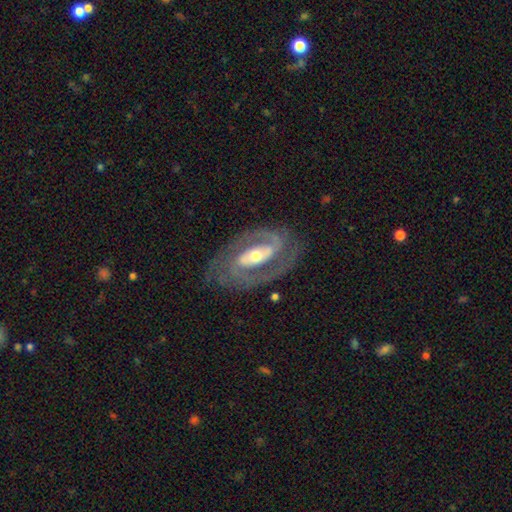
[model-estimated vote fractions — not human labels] Smooth or featured?
  - featured or disk: 90% *
  - smooth: 6%
  - star or artifact: 4%
Edge-on disk?
  - no: 96% *
  - yes: 4%
Bar?
  - strong: 48% *
  - weak: 30%
  - no: 23%
Spiral arms?
  - yes: 95% *
  - no: 5%
Spiral winding?
  - tight: 45% * (tied)
  - medium: 45% * (tied)
  - loose: 10%
Spiral arm count?
  - 2: 90% *
  - can't tell: 4%
  - 1: 2%
  - 3: 2%
  - 4: 1%
  - more than 4: 1%
Bulge size?
  - moderate: 61% *
  - small: 30%
  - large: 7%
  - dominant: 1%
  - none: 1%
Merging?
  - none: 79% *
  - minor disturbance: 13%
  - major disturbance: 6%
  - merger: 1%